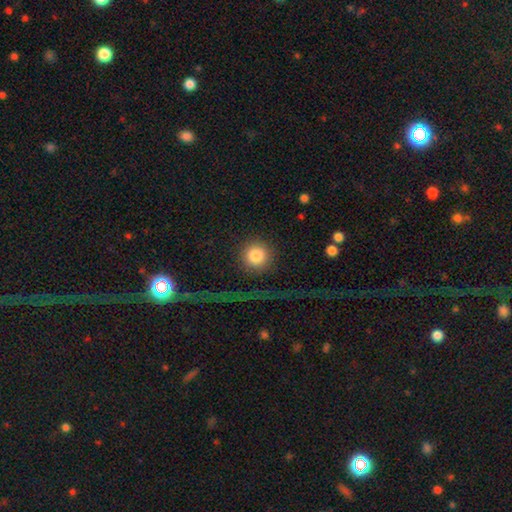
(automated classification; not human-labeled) Morphology: type=smooth (82%); roundness=round (95%); merging=none (76%).